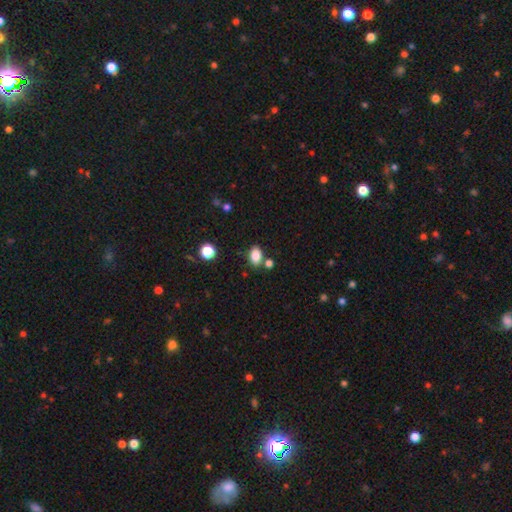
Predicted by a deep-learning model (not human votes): Smooth or featured? smooth (85%)
How rounded? in between (84%)
Merging? none (74%)